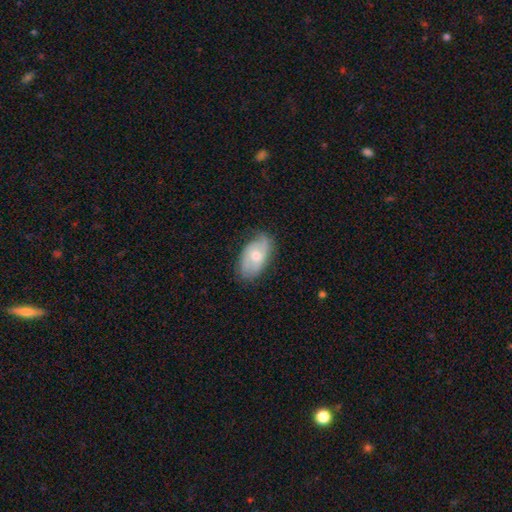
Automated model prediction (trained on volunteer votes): Smooth or featured? featured or disk (52%)
Edge-on disk? no (92%)
Merging? none (67%)